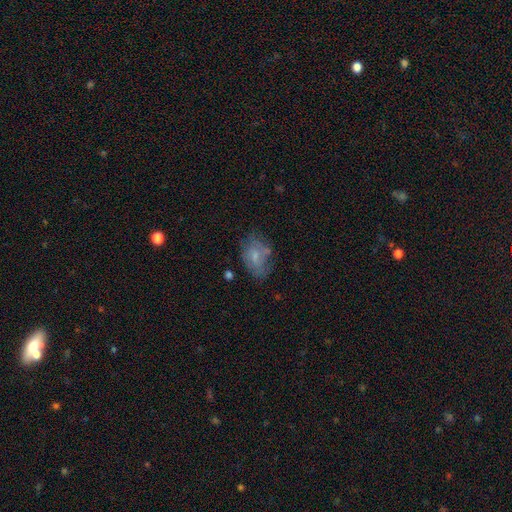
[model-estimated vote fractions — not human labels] This appears to be a smooth galaxy with no disk features (56%) that is in between round and cigar-shaped (79%). Merging: none (51%).